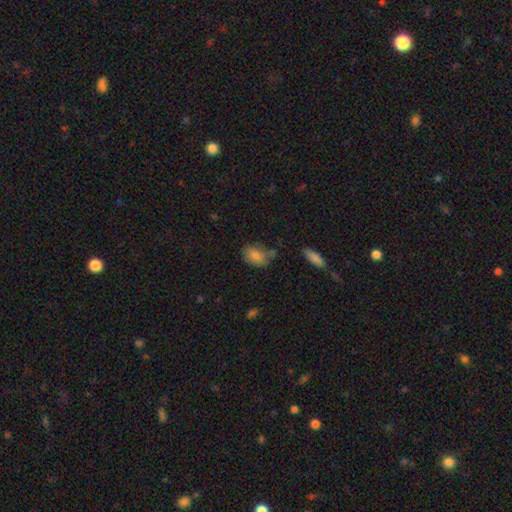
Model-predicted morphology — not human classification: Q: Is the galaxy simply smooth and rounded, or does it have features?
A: smooth — 81%.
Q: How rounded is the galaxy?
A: in between — 82%.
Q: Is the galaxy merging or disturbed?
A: none — 68%.